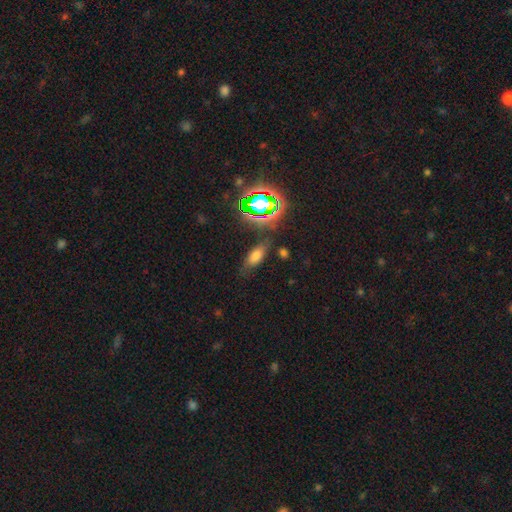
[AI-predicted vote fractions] This is likely a smooth galaxy (64%). How rounded: likely in between (79%). Merging: likely none (73%).